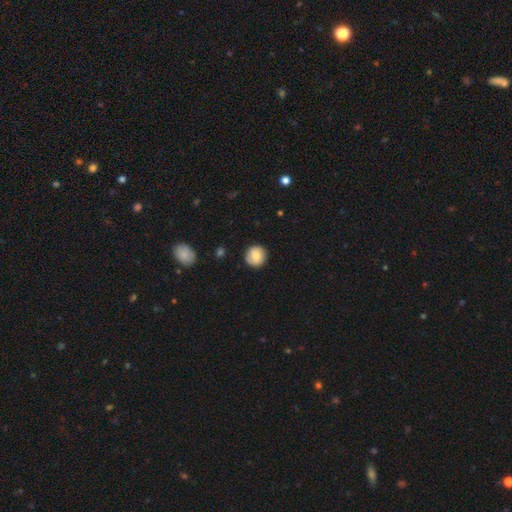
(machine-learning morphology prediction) A smooth galaxy with no disk features (75%) that is round (93%). Merging: none (86%).